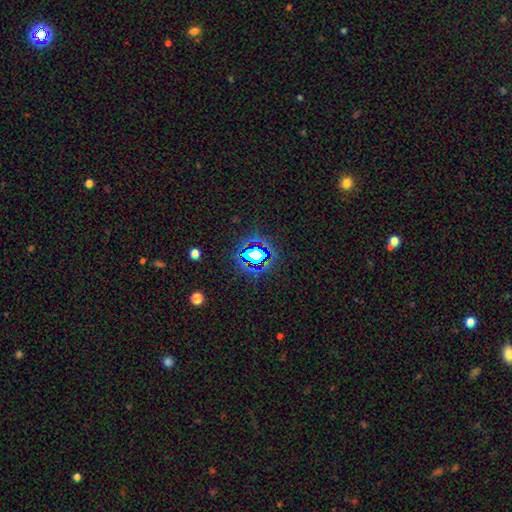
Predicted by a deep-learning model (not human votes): A star or artifact, not a galaxy (71%).